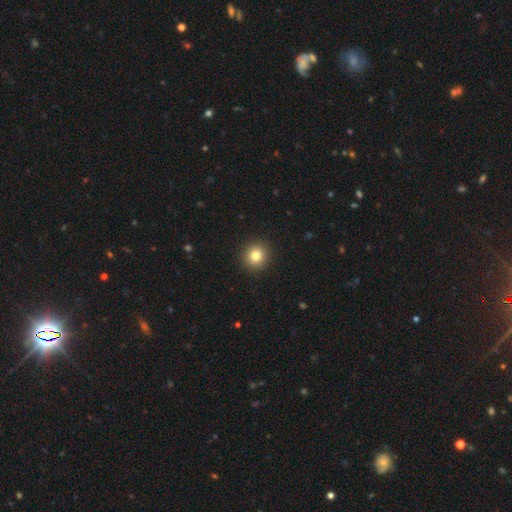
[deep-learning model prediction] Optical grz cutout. It shows a smooth galaxy with no disk features (81%) that is round (94%). Merging: none (93%).